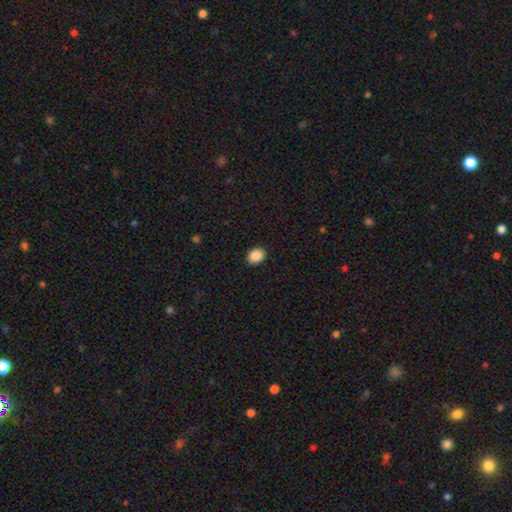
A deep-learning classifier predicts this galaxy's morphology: A smooth galaxy with no disk features (89%) that is in between round and cigar-shaped (59%). Merging: none (90%).